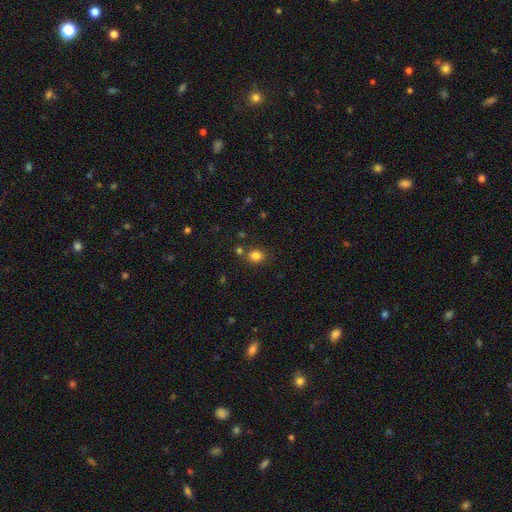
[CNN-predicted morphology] Smooth or featured?
  - smooth: 82% *
  - star or artifact: 13%
  - featured or disk: 6%
How rounded?
  - round: 58% *
  - in between: 41%
  - cigar-shaped: 1%
Merging?
  - none: 75% *
  - minor disturbance: 11%
  - merger: 11%
  - major disturbance: 3%